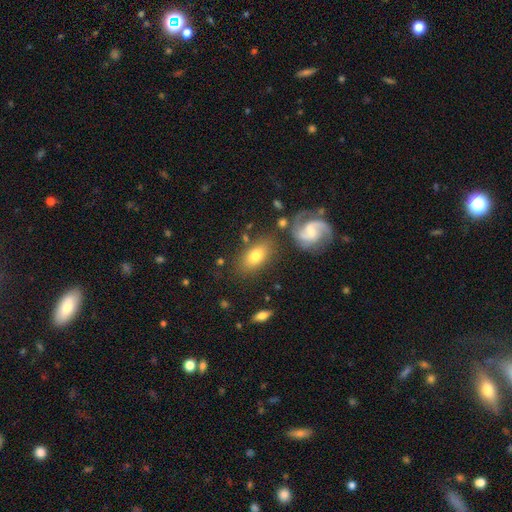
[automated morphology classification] Smooth or featured? smooth (68%)
How rounded? in between (87%)
Merging? none (73%)